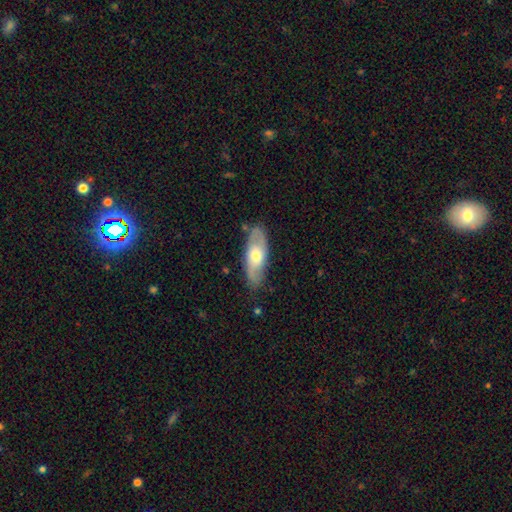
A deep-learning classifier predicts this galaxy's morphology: featured or disk 49%, smooth 45%, star or artifact 5%. Down the decision tree: merging — none (78%).